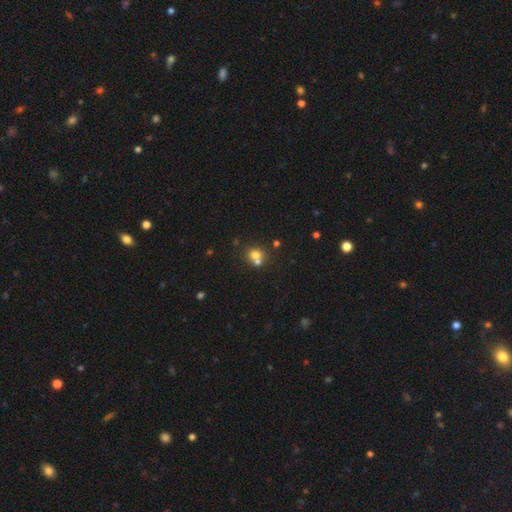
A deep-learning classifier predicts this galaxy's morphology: This appears to be a smooth galaxy with no disk features (68%) that is round (78%). Merging: none (45%).